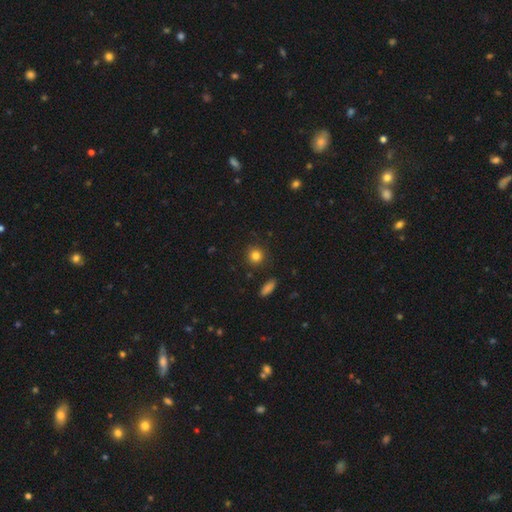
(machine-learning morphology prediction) This appears to be a smooth galaxy with no disk features (83%) that is round (90%). Merging: none (87%).